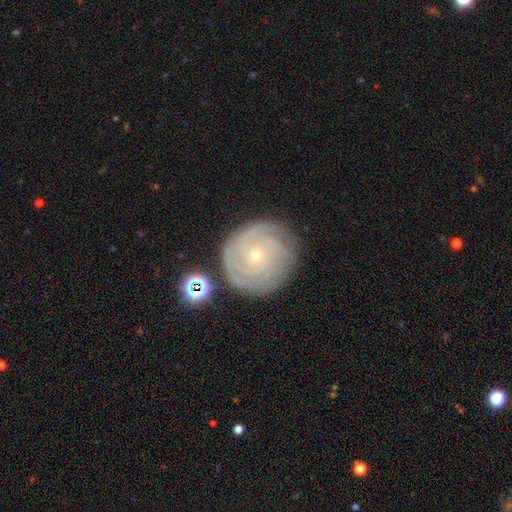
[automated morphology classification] smooth-or-featured: featured or disk: 81% | smooth: 12% | star or artifact: 7%
  disk-edge-on: no: 98% | yes: 2%
    bar: no: 83% | weak: 14% | strong: 3%
    has-spiral-arms: yes: 95% | no: 5%
      spiral-winding: tight: 85% | medium: 12% | loose: 3%
      spiral-arm-count: can't tell: 31% | 3: 22% | 4: 19% | 2: 14% | more than 4: 8% | 1: 7%
    bulge-size: small: 81% | moderate: 16% | none: 1% | large: 1% | dominant: 1%
  merging: none: 80% | minor disturbance: 13% | major disturbance: 4% | merger: 3%